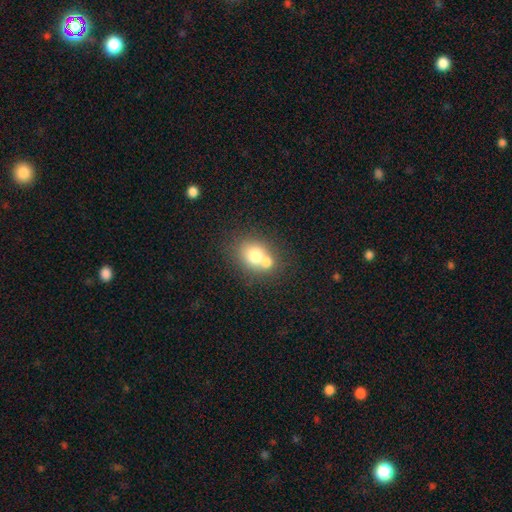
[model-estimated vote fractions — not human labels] A smooth galaxy with no disk features (71%) that is round (63%).

Vote fractions:
- Smooth or featured? smooth: 71% / featured or disk: 18% / star or artifact: 11%
- How rounded? round: 63% / in between: 36% / cigar-shaped: 1%
- Merging? merger: 53% / none: 37% / minor disturbance: 8% / major disturbance: 3%